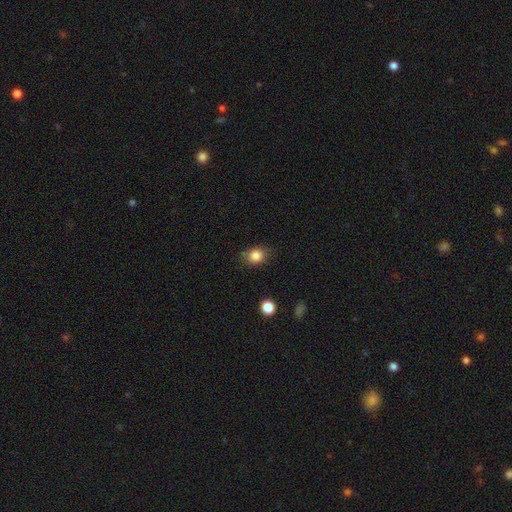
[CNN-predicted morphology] Smooth or featured?
  - smooth: 84% *
  - star or artifact: 10%
  - featured or disk: 5%
How rounded?
  - round: 61% *
  - in between: 38%
  - cigar-shaped: 1%
Merging?
  - none: 76% *
  - minor disturbance: 18%
  - major disturbance: 4%
  - merger: 2%